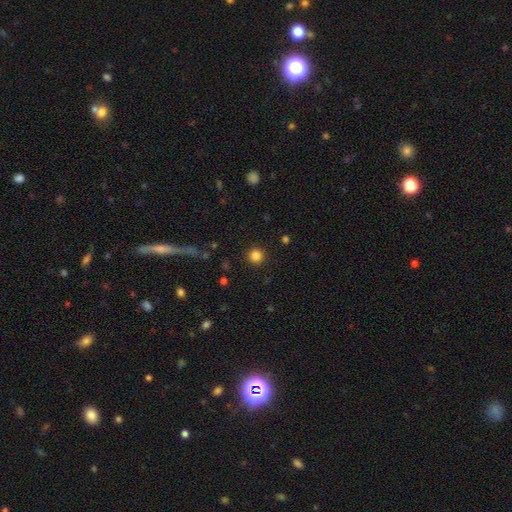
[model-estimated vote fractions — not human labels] The model was most divided on "smooth or featured": smooth: 84%, star or artifact: 12%, featured or disk: 5%. More confident: how rounded — round (95%); merging — none (92%).